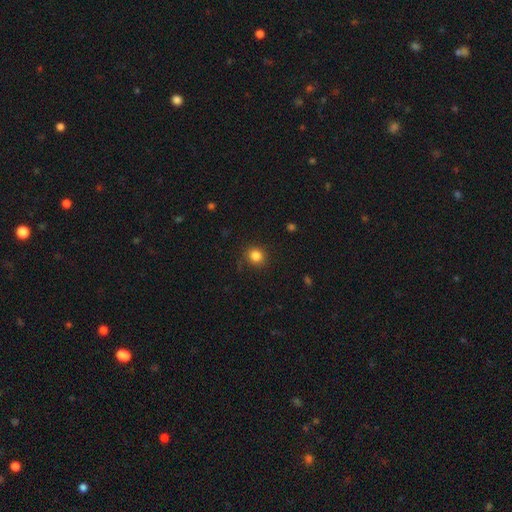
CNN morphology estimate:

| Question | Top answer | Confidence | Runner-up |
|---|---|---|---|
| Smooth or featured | smooth | 83% | star or artifact (12%) |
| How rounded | round | 85% | in between (14%) |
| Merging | none | 85% | minor disturbance (10%) |